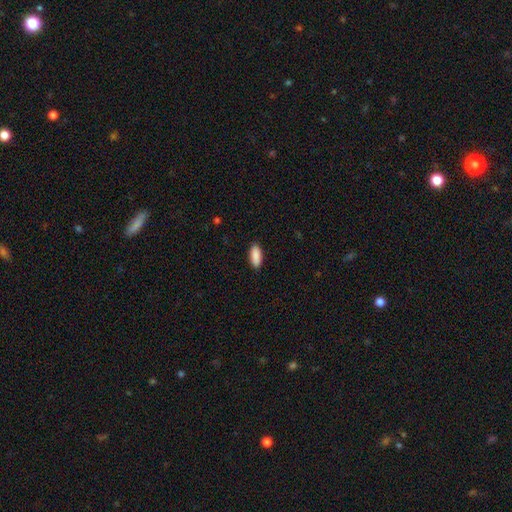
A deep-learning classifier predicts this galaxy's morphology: This is clearly a smooth galaxy (90%). How rounded: clearly in between (82%). Merging: clearly none (89%).